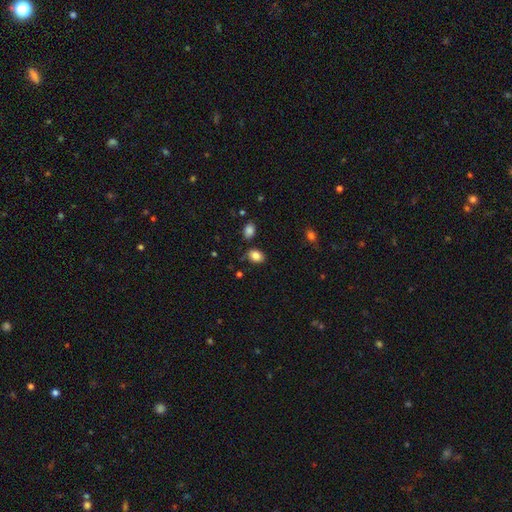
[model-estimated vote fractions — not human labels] Overall: smooth (84%). How rounded: in between (75%). Merging: none (78%).